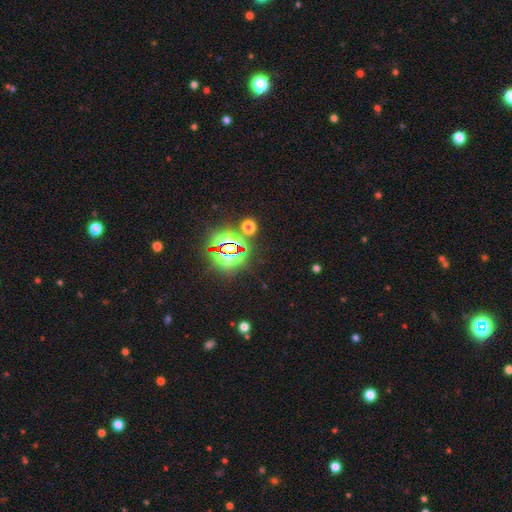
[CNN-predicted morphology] This is clearly a star or artifact rather than a galaxy (81%).